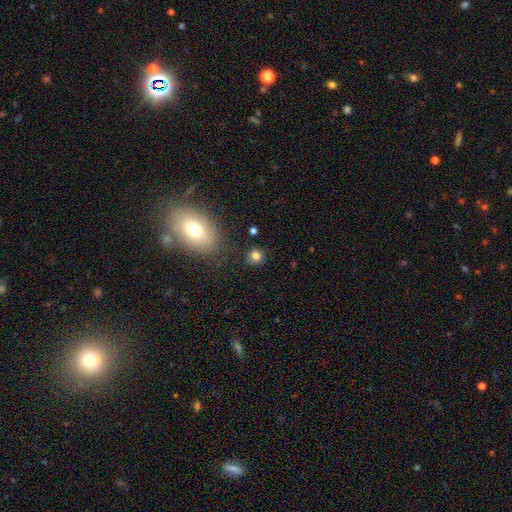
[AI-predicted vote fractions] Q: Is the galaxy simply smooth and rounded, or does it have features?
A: smooth — 80%.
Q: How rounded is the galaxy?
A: round — 83%.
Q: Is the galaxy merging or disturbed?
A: none — 84%.